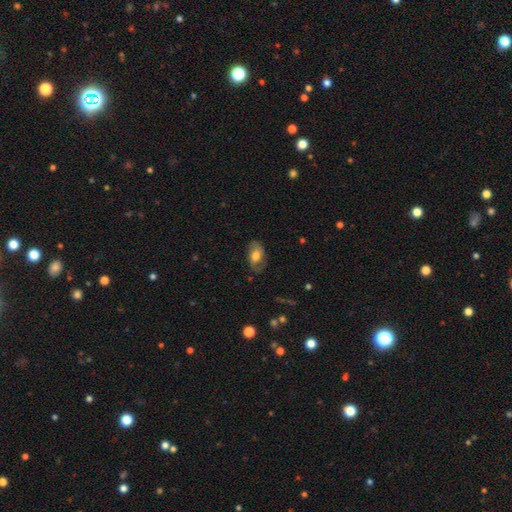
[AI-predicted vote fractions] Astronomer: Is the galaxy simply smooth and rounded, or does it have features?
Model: smooth — 60%.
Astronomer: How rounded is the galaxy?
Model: in between — 90%.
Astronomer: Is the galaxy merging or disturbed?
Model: none — 75%.